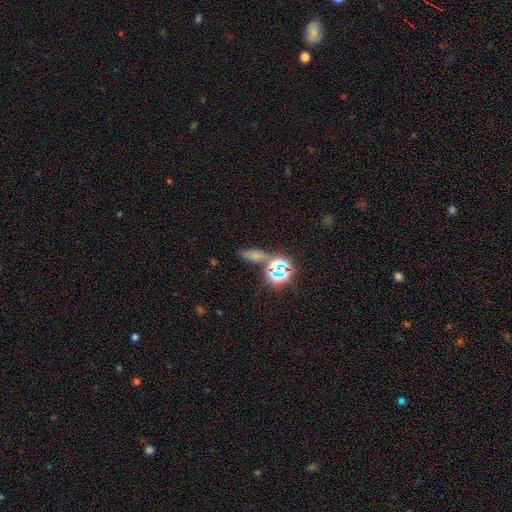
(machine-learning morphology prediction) Smooth or featured? smooth (50%)
How rounded? in between (51%)
Merging? none (67%)